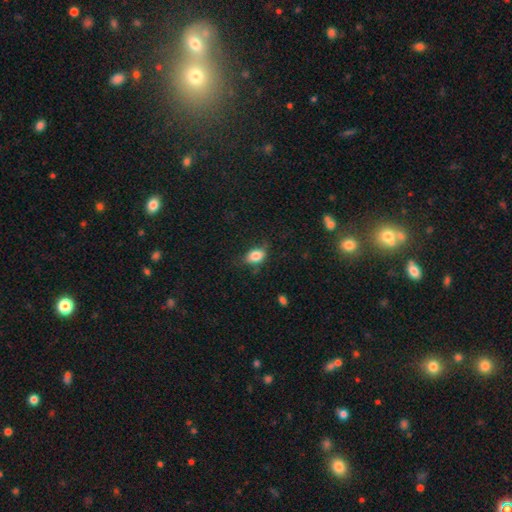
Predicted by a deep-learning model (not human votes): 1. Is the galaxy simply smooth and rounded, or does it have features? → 82% smooth, 9% featured or disk, 9% star or artifact.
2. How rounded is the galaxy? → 75% in between, 23% round, 2% cigar-shaped.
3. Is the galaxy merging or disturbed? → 61% none, 27% minor disturbance, 9% major disturbance, 2% merger.